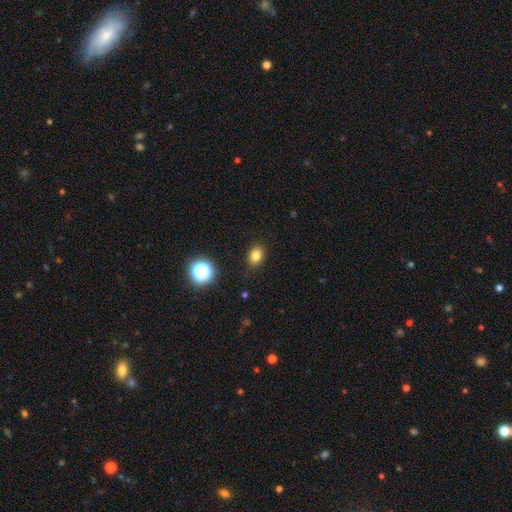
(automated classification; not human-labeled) smooth-or-featured: smooth: 80% | star or artifact: 14% | featured or disk: 6%
  how-rounded: in between: 61% | round: 38% | cigar-shaped: 1%
  merging: none: 87% | minor disturbance: 9% | major disturbance: 2% | merger: 1%